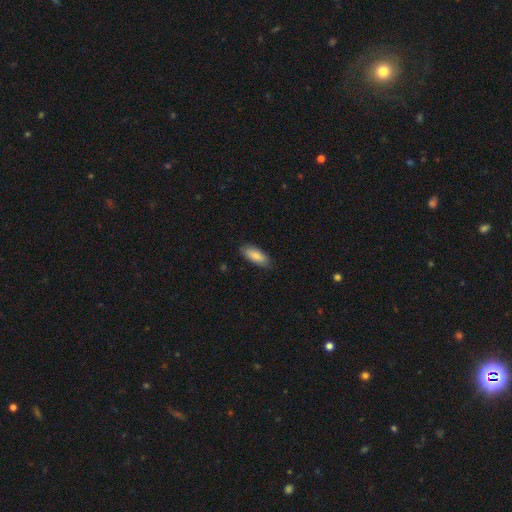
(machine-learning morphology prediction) A smooth galaxy with no disk features (84%) that is in between round and cigar-shaped (79%).

Vote fractions:
- Smooth or featured? smooth: 84% / featured or disk: 10% / star or artifact: 6%
- How rounded? in between: 79% / cigar-shaped: 20% / round: 2%
- Merging? none: 85% / minor disturbance: 11% / major disturbance: 2% / merger: 1%